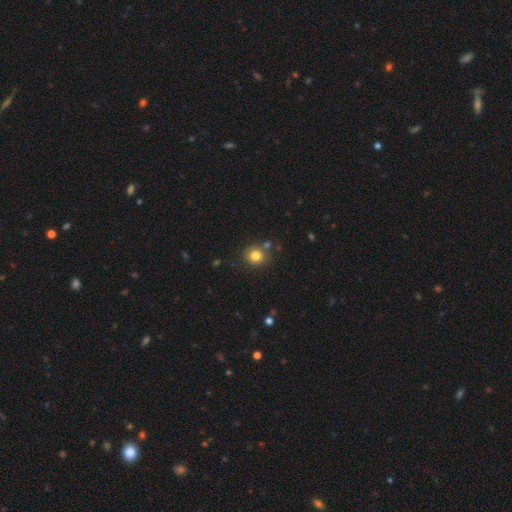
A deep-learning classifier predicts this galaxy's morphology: Smooth or featured? smooth (80%)
How rounded? round (86%)
Merging? none (78%)